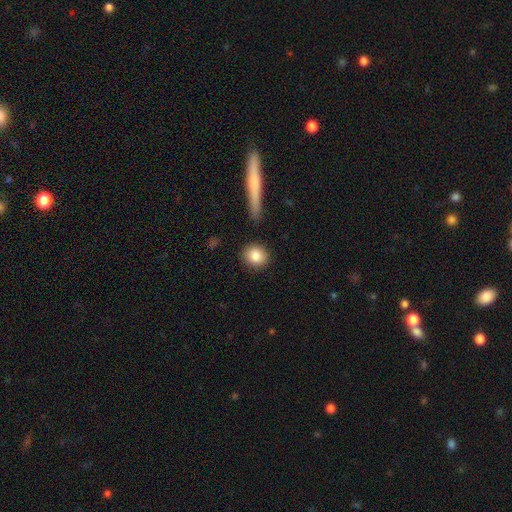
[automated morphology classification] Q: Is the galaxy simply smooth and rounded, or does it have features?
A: smooth — 87%.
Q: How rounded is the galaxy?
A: round — 85%.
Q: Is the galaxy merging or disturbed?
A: none — 88%.